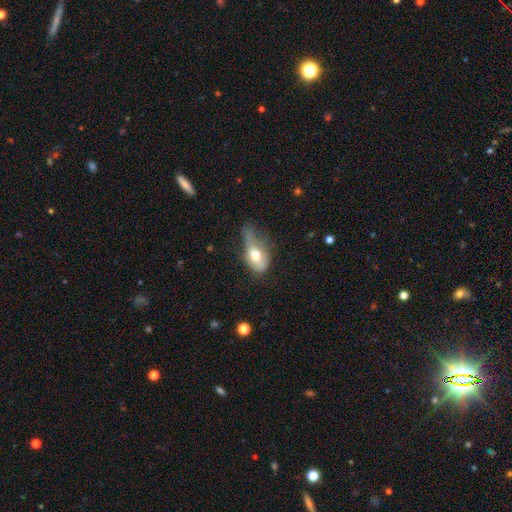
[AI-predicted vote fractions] Smooth or featured: smooth — 66% (featured or disk — 26%)
How rounded: in between — 83% (round — 12%)
Merging: major disturbance — 44% (minor disturbance — 33%)